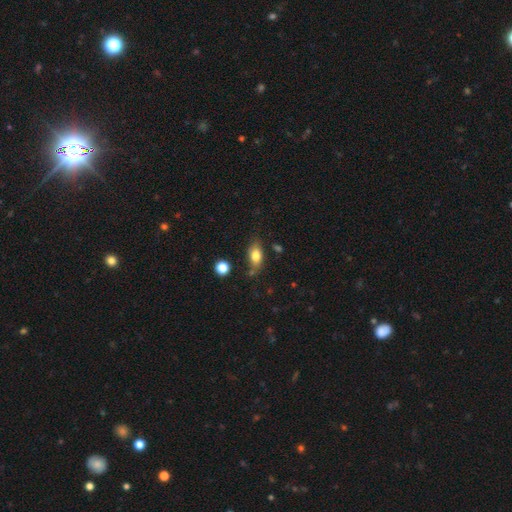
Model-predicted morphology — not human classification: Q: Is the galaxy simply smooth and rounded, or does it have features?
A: smooth — 78%.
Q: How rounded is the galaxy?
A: in between — 83%.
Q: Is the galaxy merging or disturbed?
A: none — 72%.